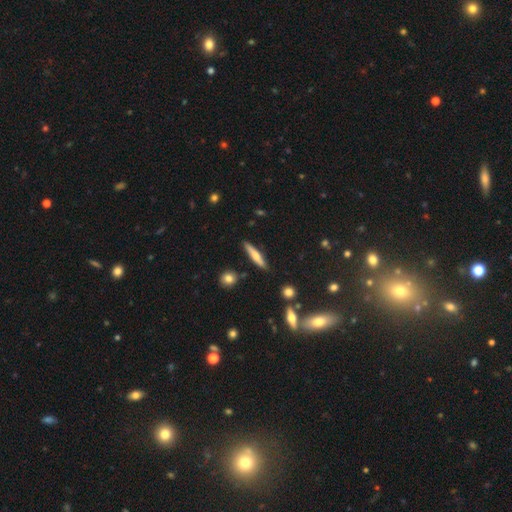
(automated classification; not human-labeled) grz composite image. It shows a smooth galaxy with no disk features (55%) that is cigar-shaped (88%). Merging: none (85%).